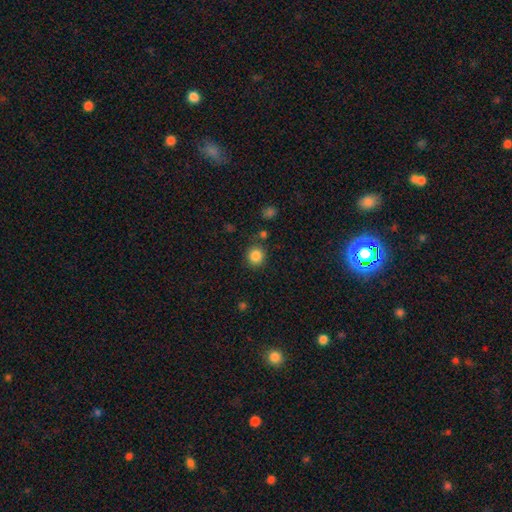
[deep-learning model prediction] This is clearly a smooth galaxy (86%). How rounded: clearly round (91%). Merging: clearly none (84%).